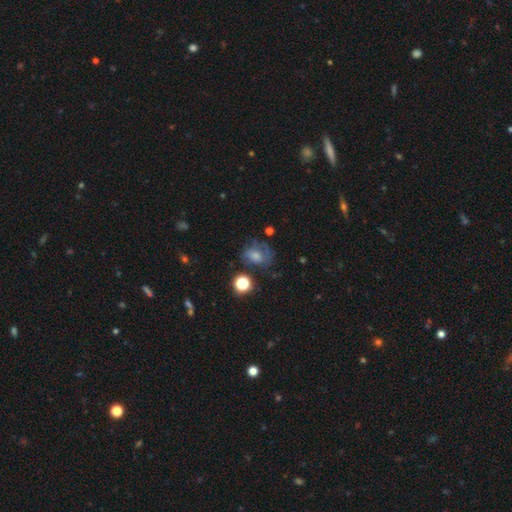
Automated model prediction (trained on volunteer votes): Smooth or featured: smooth — 44% (featured or disk — 40%)
Merging: none — 46% (minor disturbance — 25%)